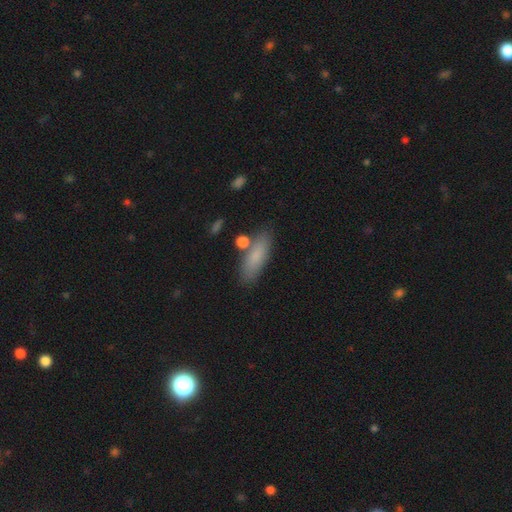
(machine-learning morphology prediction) This appears to be a smooth galaxy with no disk features (81%) that is in between round and cigar-shaped (60%). Merging: none (77%).